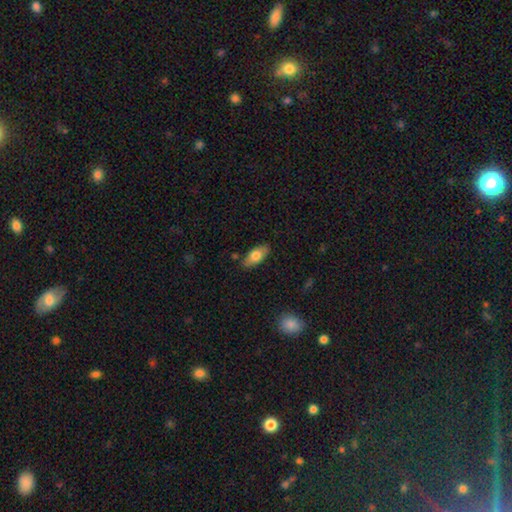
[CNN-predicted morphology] smooth_or_featured: smooth (p=0.73) [alt: featured or disk p=0.20]
how_rounded: in between (p=0.87) [alt: cigar-shaped p=0.10]
merging: none (p=0.84) [alt: minor disturbance p=0.12]